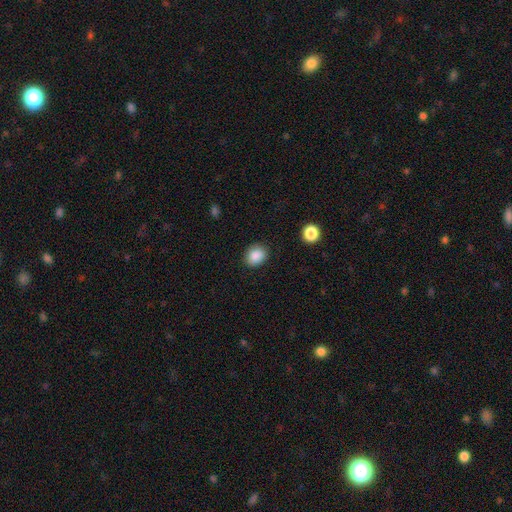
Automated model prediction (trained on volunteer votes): Morphology: type=smooth (88%); roundness=round (56%); merging=none (87%).